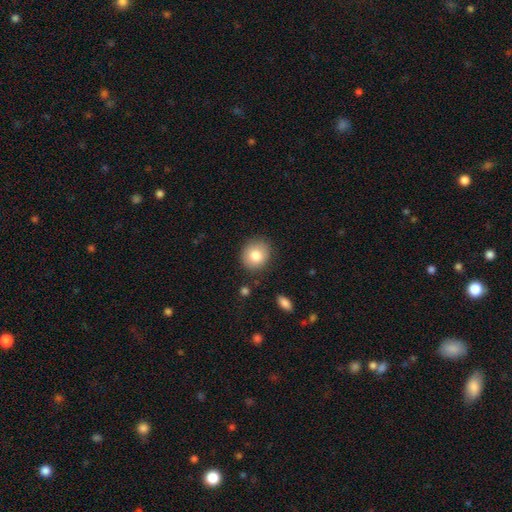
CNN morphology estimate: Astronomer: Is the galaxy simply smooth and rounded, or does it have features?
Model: smooth — 82%.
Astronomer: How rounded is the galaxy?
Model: round — 80%.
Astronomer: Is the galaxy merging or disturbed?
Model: none — 87%.